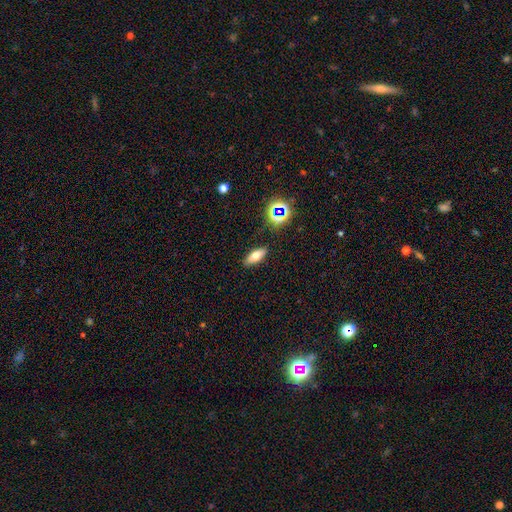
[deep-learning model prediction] Q: Smooth or featured?
A: smooth (63%); runner-up: featured or disk (23%)
Q: How rounded?
A: in between (69%); runner-up: cigar-shaped (26%)
Q: Merging?
A: none (86%); runner-up: minor disturbance (9%)